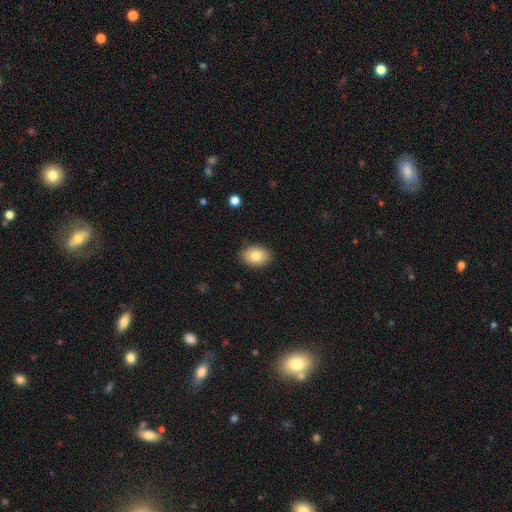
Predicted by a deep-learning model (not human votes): smooth-or-featured: smooth: 82% | featured or disk: 10% | star or artifact: 8%
  how-rounded: in between: 76% | round: 23% | cigar-shaped: 1%
  merging: none: 88% | minor disturbance: 9% | major disturbance: 2% | merger: 1%